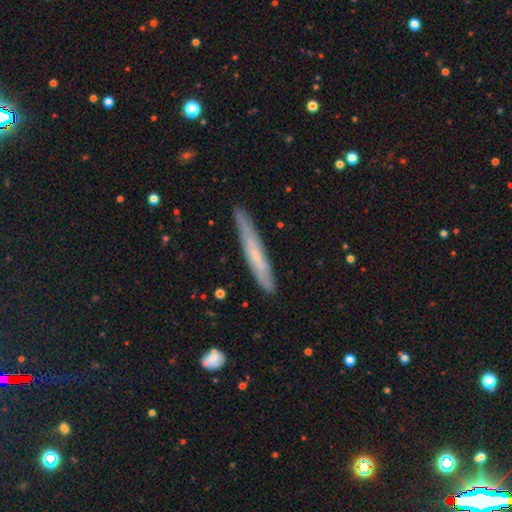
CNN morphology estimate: type=featured or disk (47%); merging=none (86%).